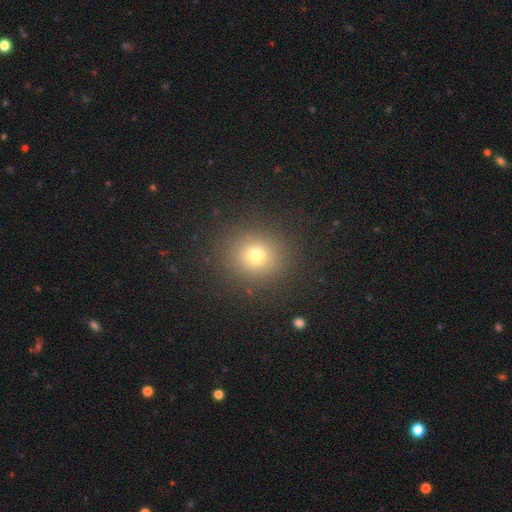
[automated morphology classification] Overall: smooth (71%). How rounded: round (87%). Merging: none (88%).